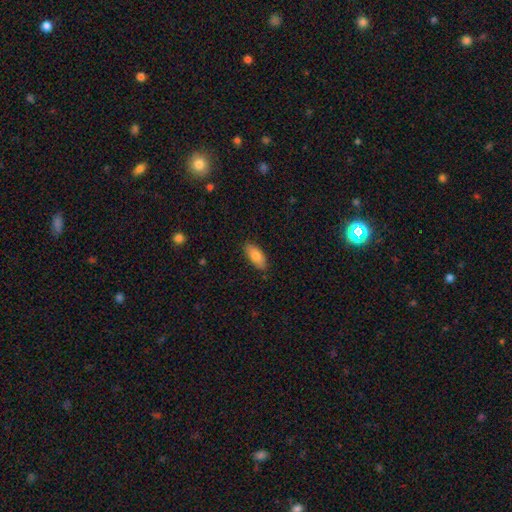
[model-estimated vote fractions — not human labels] Overall: smooth (81%). How rounded: in between (88%). Merging: none (85%).